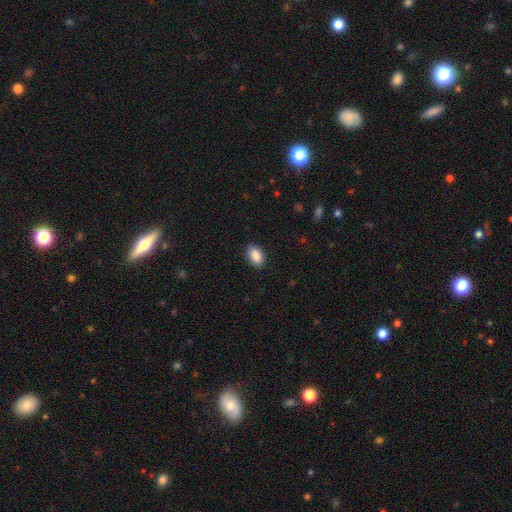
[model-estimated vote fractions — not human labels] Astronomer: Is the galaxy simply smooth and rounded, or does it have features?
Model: smooth — 89%.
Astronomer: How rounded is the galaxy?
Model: in between — 90%.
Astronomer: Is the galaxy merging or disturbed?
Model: none — 88%.